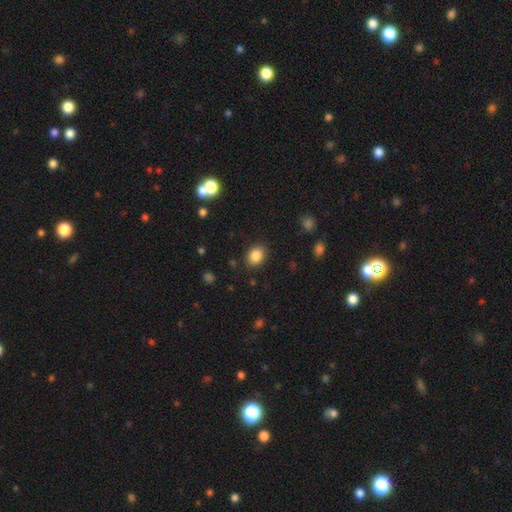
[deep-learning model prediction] The model was most divided on "how rounded": in between: 61%, round: 38%, cigar-shaped: 1%. More confident: merging — none (88%); smooth or featured — smooth (85%).